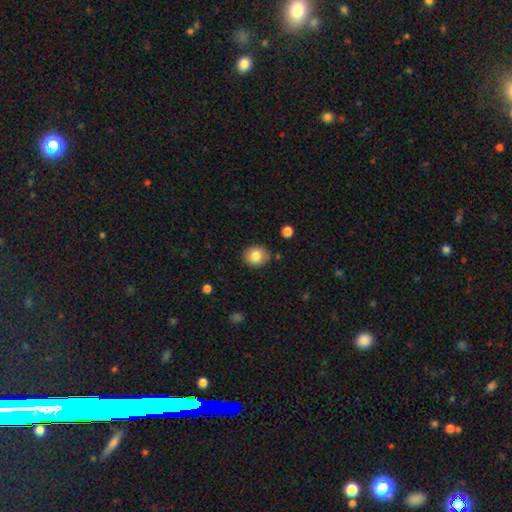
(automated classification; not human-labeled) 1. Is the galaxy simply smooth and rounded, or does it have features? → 83% smooth, 9% star or artifact, 8% featured or disk.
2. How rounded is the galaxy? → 72% round, 27% in between, 1% cigar-shaped.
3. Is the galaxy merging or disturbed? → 84% none, 11% minor disturbance, 3% merger, 2% major disturbance.